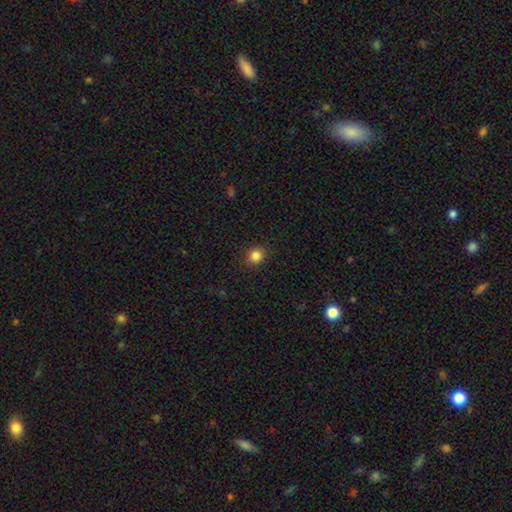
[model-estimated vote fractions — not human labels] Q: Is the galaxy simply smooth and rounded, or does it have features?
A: smooth — 85%.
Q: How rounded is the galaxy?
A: round — 83%.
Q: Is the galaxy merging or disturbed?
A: none — 90%.